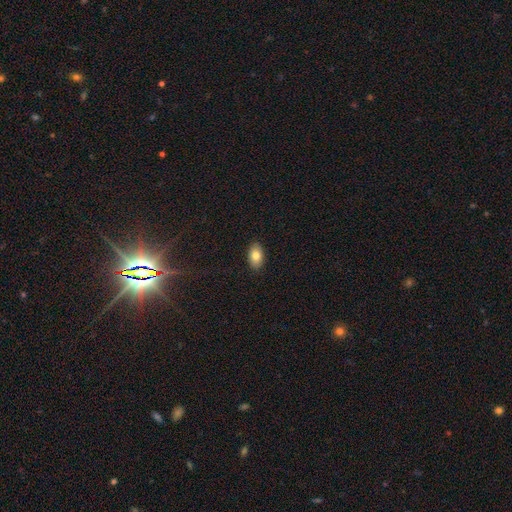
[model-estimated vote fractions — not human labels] This appears to be a smooth galaxy with no disk features (82%) that is in between round and cigar-shaped (92%). Merging: none (90%).